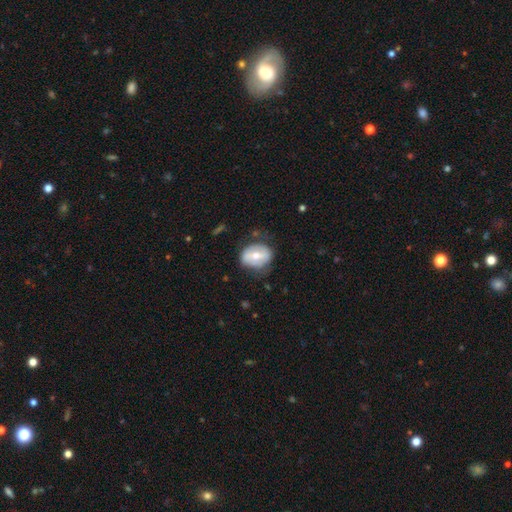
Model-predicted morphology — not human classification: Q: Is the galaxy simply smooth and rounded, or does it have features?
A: featured or disk — 48%.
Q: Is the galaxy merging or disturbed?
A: none — 66%.